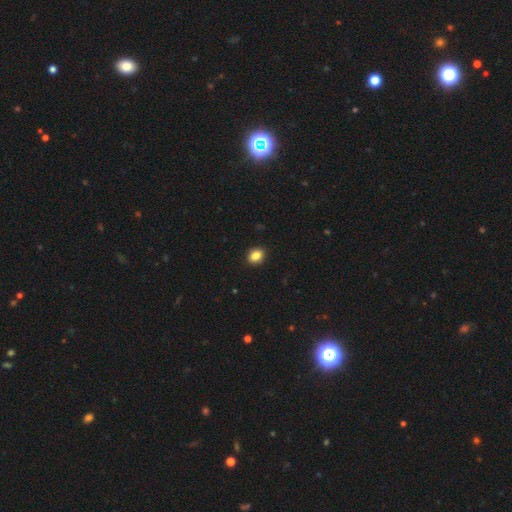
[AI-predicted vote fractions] Smooth or featured: smooth — 86% (star or artifact — 9%)
How rounded: in between — 57% (round — 42%)
Merging: none — 91% (minor disturbance — 6%)